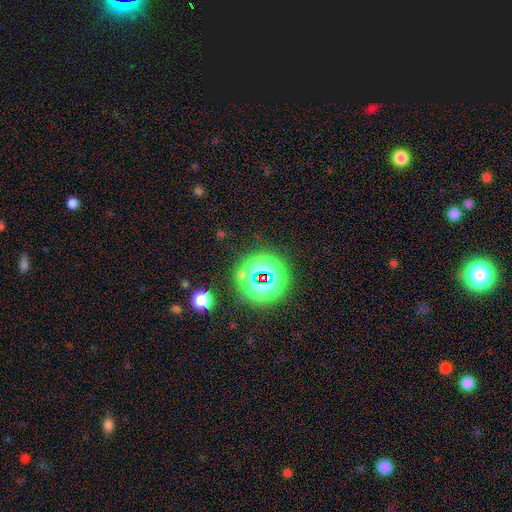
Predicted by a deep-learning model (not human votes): Overall: star or artifact (82%).